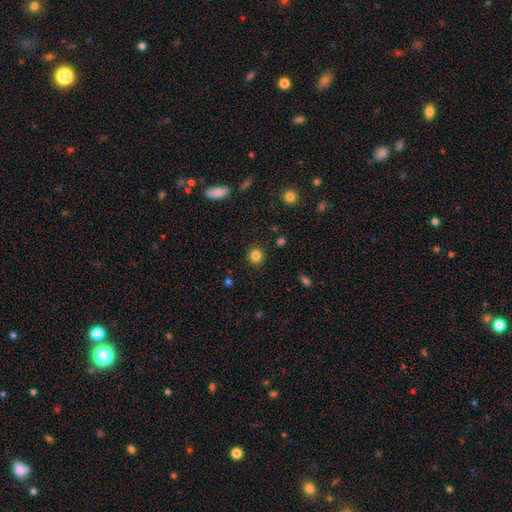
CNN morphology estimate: Smooth or featured: smooth — 83% (star or artifact — 12%)
How rounded: round — 85% (in between — 14%)
Merging: none — 90% (minor disturbance — 7%)